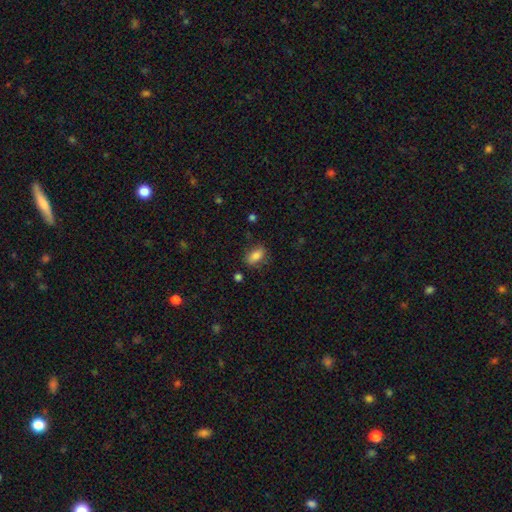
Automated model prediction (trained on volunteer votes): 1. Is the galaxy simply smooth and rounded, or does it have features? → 83% smooth, 9% featured or disk, 8% star or artifact.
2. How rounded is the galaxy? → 86% in between, 7% cigar-shaped, 7% round.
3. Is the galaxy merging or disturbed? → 73% none, 19% minor disturbance, 6% major disturbance, 2% merger.